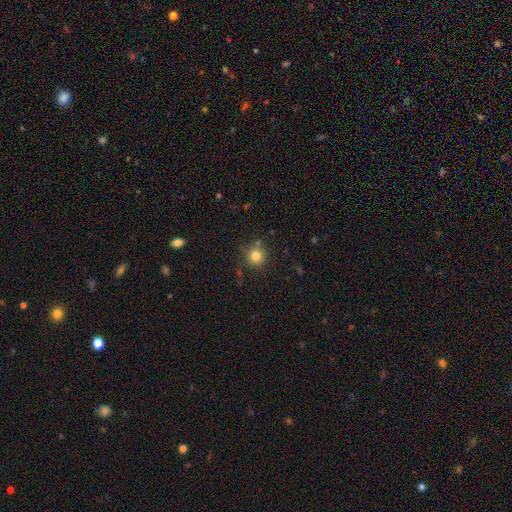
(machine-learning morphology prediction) This appears to be a smooth galaxy with no disk features (81%) that is round (92%). Merging: none (79%).